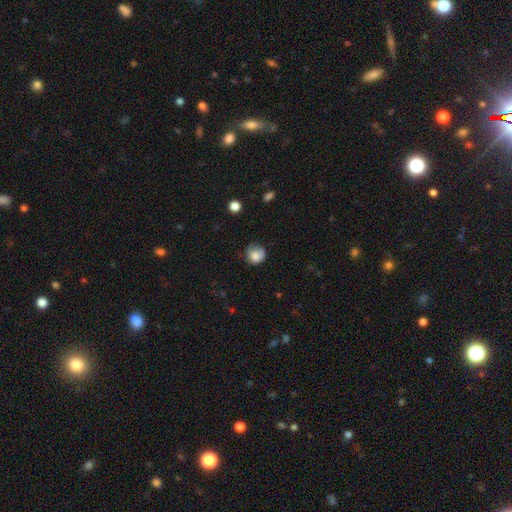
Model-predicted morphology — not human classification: The model was most divided on "merging": none: 55%, minor disturbance: 31%, major disturbance: 12%, merger: 2%. More confident: how rounded — round (84%); smooth or featured — smooth (81%).